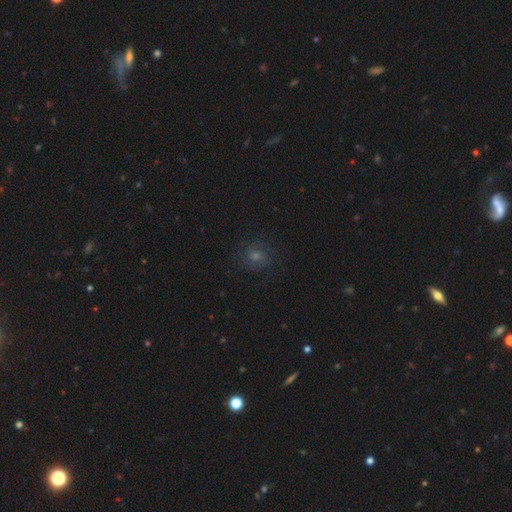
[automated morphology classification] Smooth or featured? smooth (40%)
Merging? none (82%)